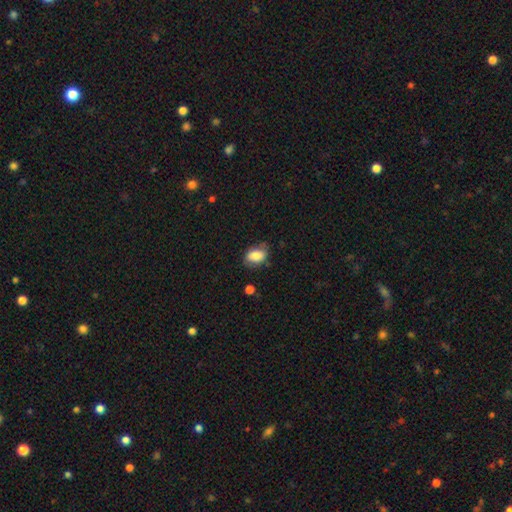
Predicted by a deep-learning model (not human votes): Smooth or featured?
  - smooth: 80% *
  - featured or disk: 13%
  - star or artifact: 8%
How rounded?
  - in between: 83% *
  - round: 15%
  - cigar-shaped: 1%
Merging?
  - none: 67% *
  - minor disturbance: 25%
  - major disturbance: 7%
  - merger: 2%